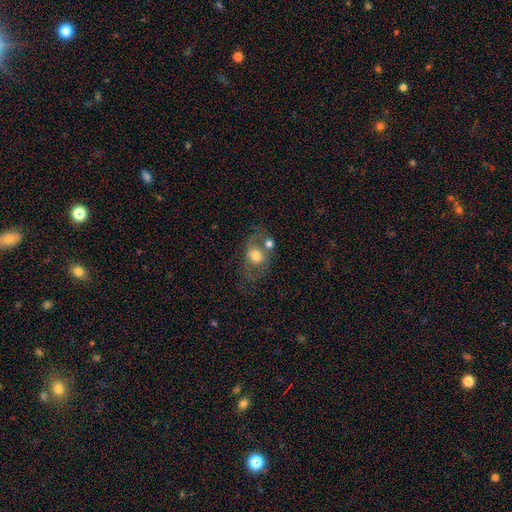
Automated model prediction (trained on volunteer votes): smooth-or-featured: smooth: 57% | featured or disk: 34% | star or artifact: 9%
  how-rounded: in between: 58% | round: 41% | cigar-shaped: 1%
  merging: none: 49% | merger: 26% | minor disturbance: 16% | major disturbance: 9%